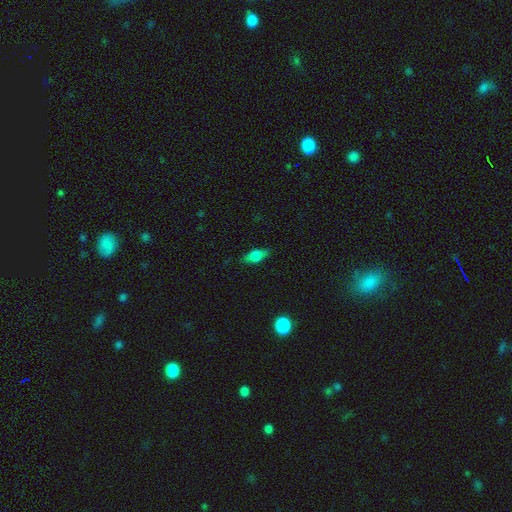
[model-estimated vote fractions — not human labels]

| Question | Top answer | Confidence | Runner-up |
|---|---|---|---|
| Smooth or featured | smooth | 64% | featured or disk (28%) |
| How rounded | in between | 72% | cigar-shaped (22%) |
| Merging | none | 83% | minor disturbance (13%) |